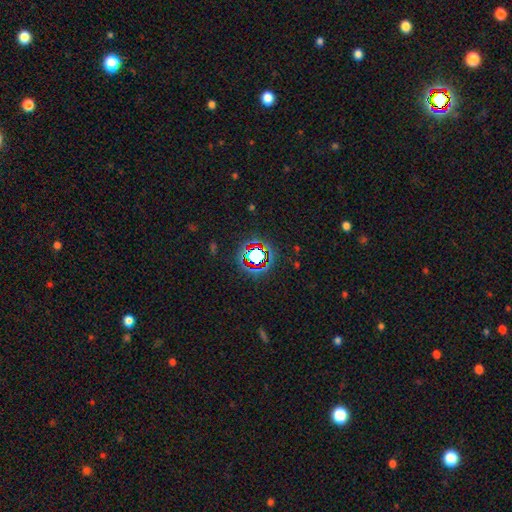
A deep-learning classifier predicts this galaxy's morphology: Smooth or featured? Predicted: star or artifact (p=0.67).